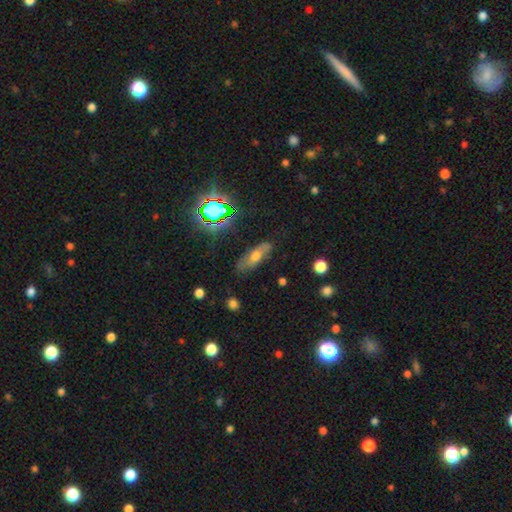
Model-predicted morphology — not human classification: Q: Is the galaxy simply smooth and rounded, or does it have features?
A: smooth — 49%.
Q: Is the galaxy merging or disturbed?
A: none — 74%.